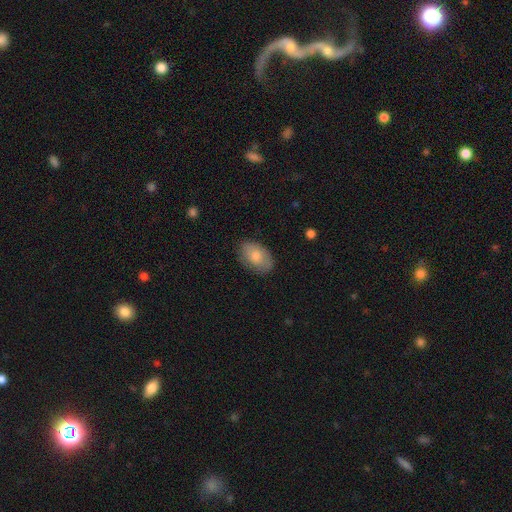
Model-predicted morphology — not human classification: Smooth or featured? Predicted: smooth (p=0.73). How rounded? Predicted: in between (p=0.89). Merging? Predicted: none (p=0.81).